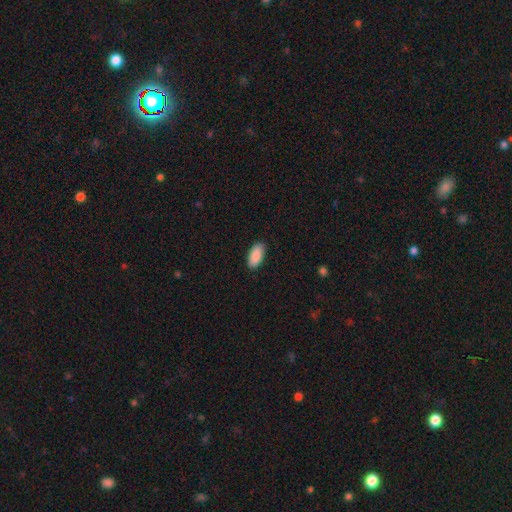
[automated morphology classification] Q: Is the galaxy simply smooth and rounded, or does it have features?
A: smooth — 90%.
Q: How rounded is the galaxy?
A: in between — 91%.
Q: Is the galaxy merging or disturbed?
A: none — 89%.